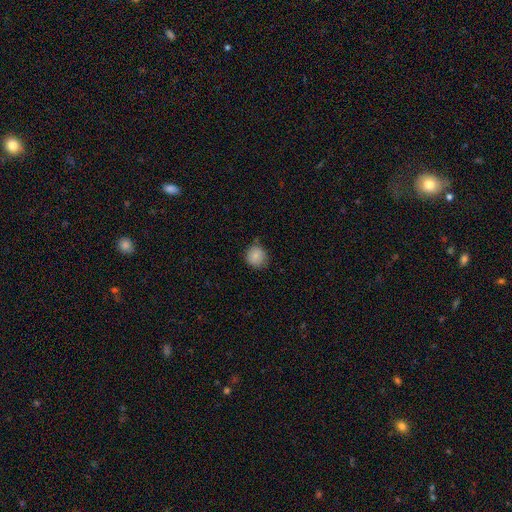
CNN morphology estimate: Q: Smooth or featured?
A: smooth (84%); runner-up: star or artifact (9%)
Q: How rounded?
A: round (88%); runner-up: in between (11%)
Q: Merging?
A: none (71%); runner-up: minor disturbance (23%)